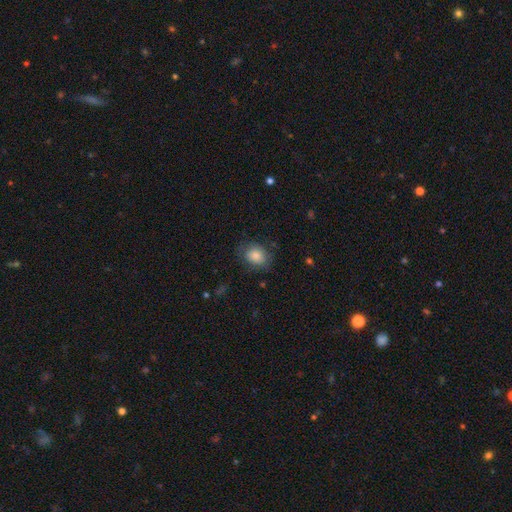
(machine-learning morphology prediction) smooth_or_featured: smooth (p=0.83) [alt: featured or disk p=0.09]
how_rounded: in between (p=0.51) [alt: round p=0.48]
merging: none (p=0.74) [alt: minor disturbance p=0.18]